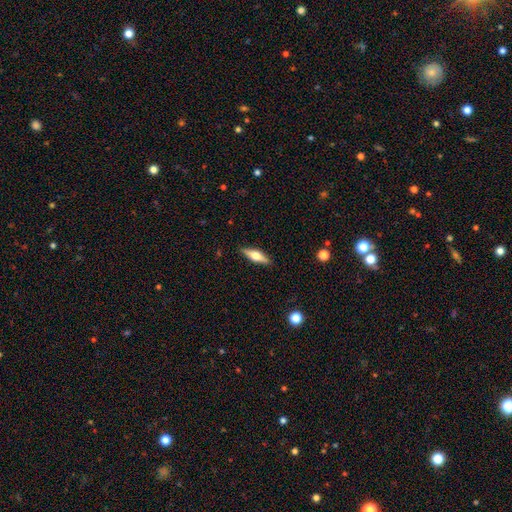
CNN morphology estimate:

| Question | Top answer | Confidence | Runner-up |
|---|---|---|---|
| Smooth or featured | featured or disk | 52% | smooth (42%) |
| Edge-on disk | yes | 93% | no (7%) |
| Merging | none | 89% | minor disturbance (8%) |